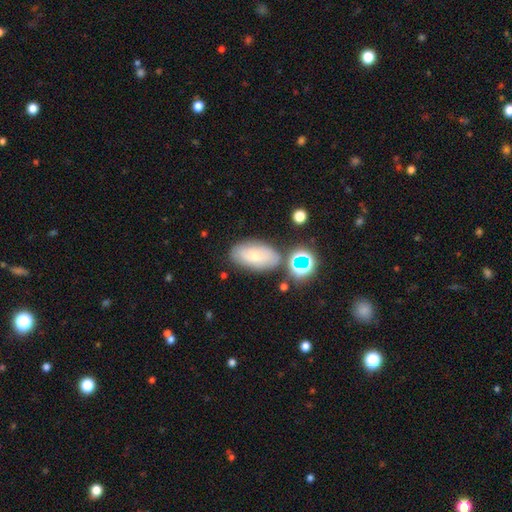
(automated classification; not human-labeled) A smooth galaxy with no disk features (58%) that is in between round and cigar-shaped (90%). Merging: none (69%).